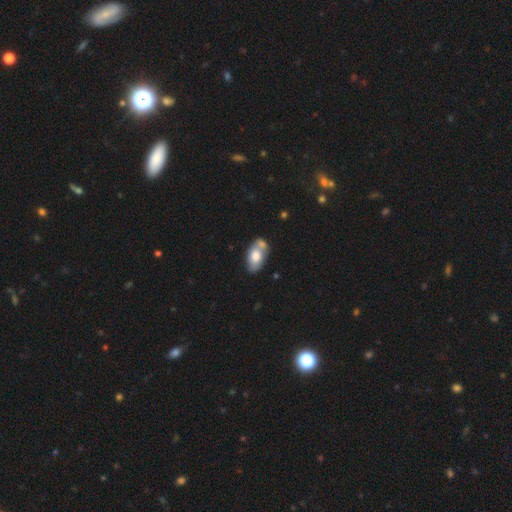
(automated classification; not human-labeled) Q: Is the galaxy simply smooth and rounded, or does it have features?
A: smooth — 71%.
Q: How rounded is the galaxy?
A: in between — 92%.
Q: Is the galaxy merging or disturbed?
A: none — 43%.